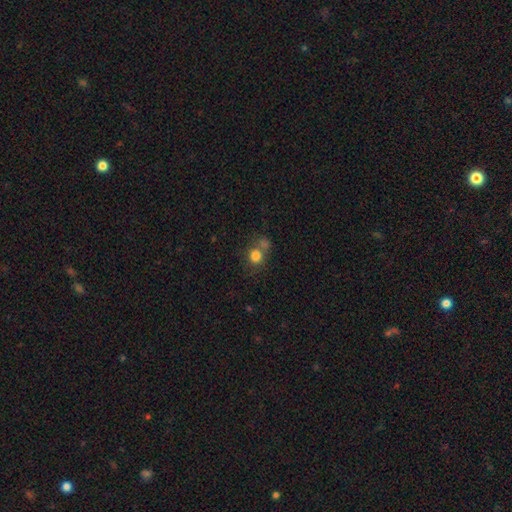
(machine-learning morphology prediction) smooth 80%, star or artifact 11%, featured or disk 9%. Down the decision tree: how rounded — round (81%); merging — none (47%).